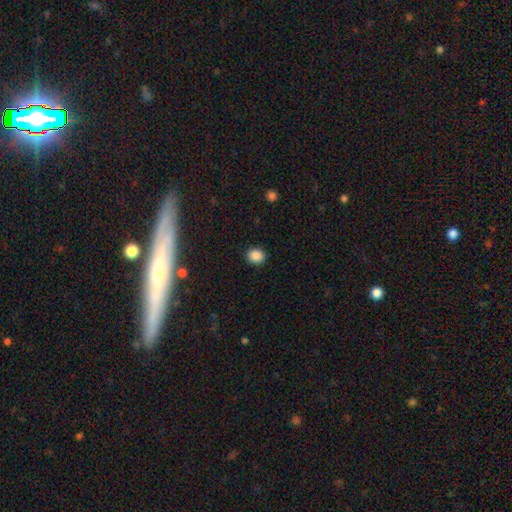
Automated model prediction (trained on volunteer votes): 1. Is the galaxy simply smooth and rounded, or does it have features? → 87% smooth, 10% star or artifact, 3% featured or disk.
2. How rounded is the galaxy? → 68% round, 31% in between, 1% cigar-shaped.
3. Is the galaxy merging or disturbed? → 90% none, 7% minor disturbance, 2% major disturbance, 1% merger.